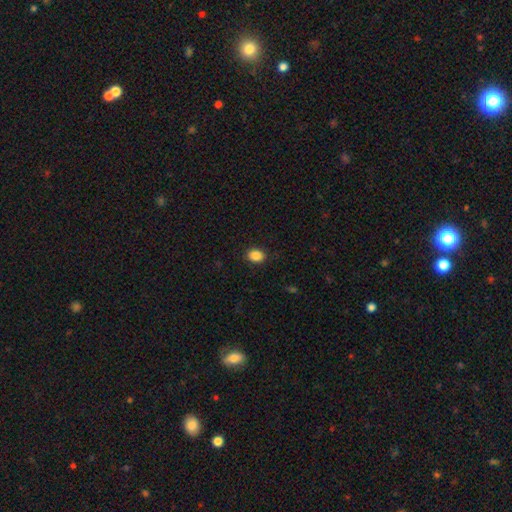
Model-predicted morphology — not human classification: The model was most divided on "how rounded": in between: 58%, round: 41%, cigar-shaped: 1%. More confident: merging — none (89%); smooth or featured — smooth (87%).